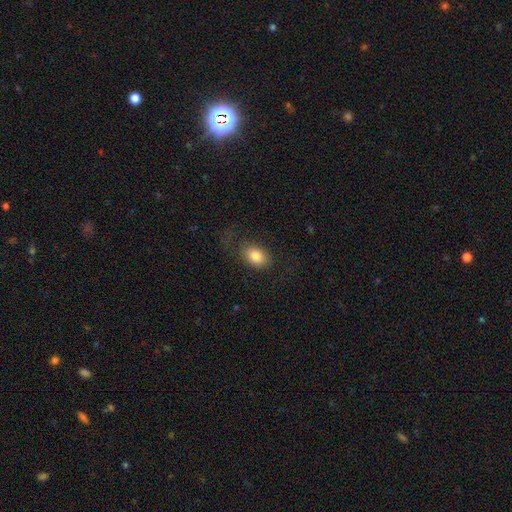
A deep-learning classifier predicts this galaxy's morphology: A smooth galaxy with no disk features (81%) that is in between round and cigar-shaped (84%).

Vote fractions:
- Smooth or featured? smooth: 81% / featured or disk: 11% / star or artifact: 8%
- How rounded? in between: 84% / round: 14% / cigar-shaped: 1%
- Merging? none: 67% / minor disturbance: 17% / major disturbance: 15% / merger: 1%